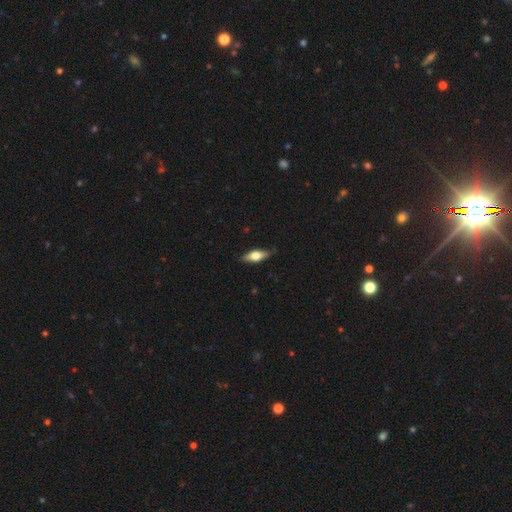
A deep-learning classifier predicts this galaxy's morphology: Smooth or featured? Predicted: smooth (p=0.54). How rounded? Predicted: in between (p=0.63). Merging? Predicted: none (p=0.83).